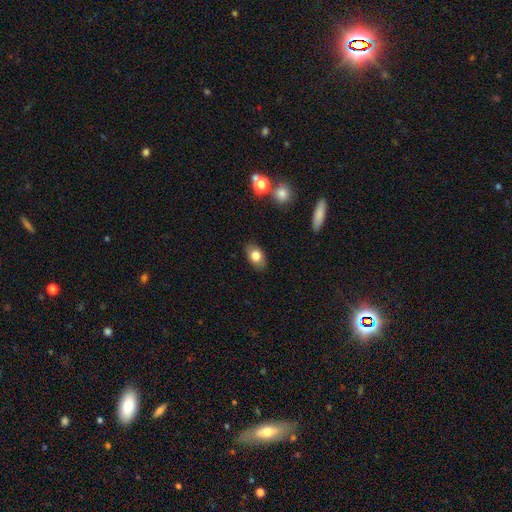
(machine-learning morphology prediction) The model was most divided on "smooth or featured": smooth: 79%, featured or disk: 13%, star or artifact: 8%. More confident: how rounded — in between (85%); merging — none (84%).